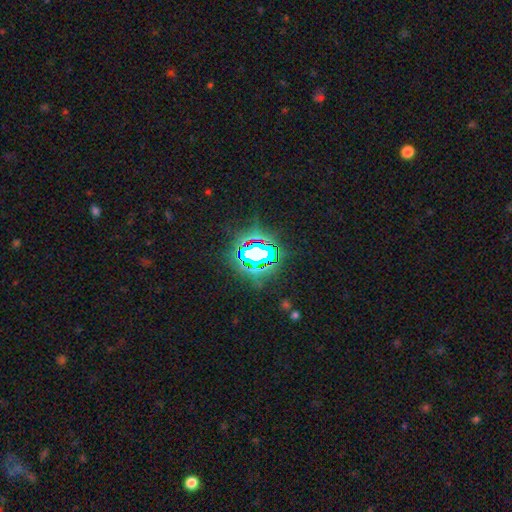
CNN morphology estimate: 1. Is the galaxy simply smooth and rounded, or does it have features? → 73% star or artifact, 14% smooth, 12% featured or disk.